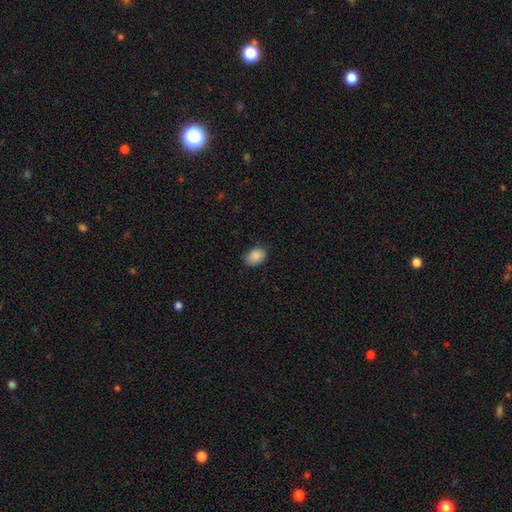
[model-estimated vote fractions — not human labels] Smooth or featured?
  - smooth: 89% *
  - star or artifact: 8%
  - featured or disk: 3%
How rounded?
  - in between: 79% *
  - round: 20%
  - cigar-shaped: 1%
Merging?
  - none: 82% *
  - minor disturbance: 14%
  - major disturbance: 3%
  - merger: 1%